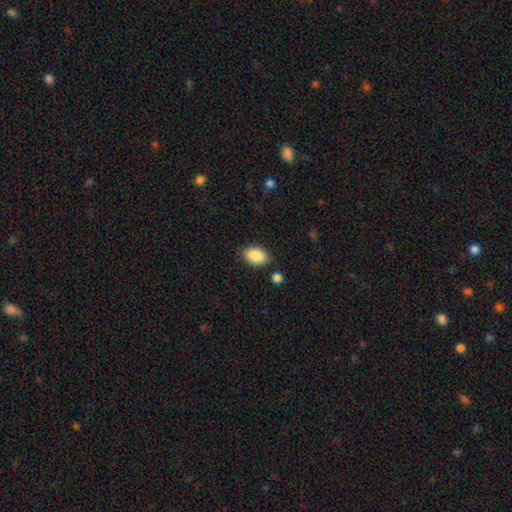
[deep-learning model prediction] The model was most divided on "merging": none: 84%, minor disturbance: 11%, merger: 3%, major disturbance: 3%. More confident: how rounded — in between (91%); smooth or featured — smooth (89%).